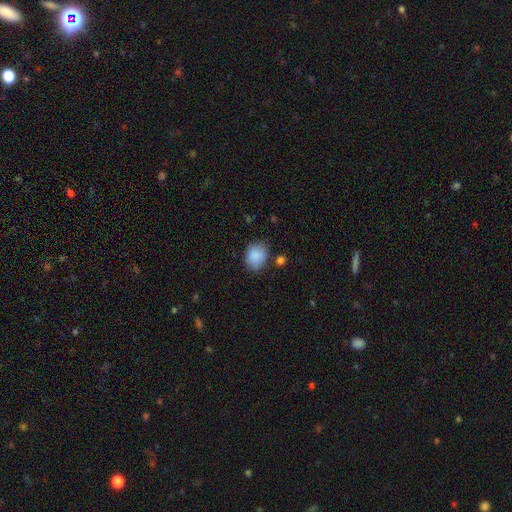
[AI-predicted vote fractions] A smooth galaxy with no disk features (87%) that is round (52%). Merging: none (72%).